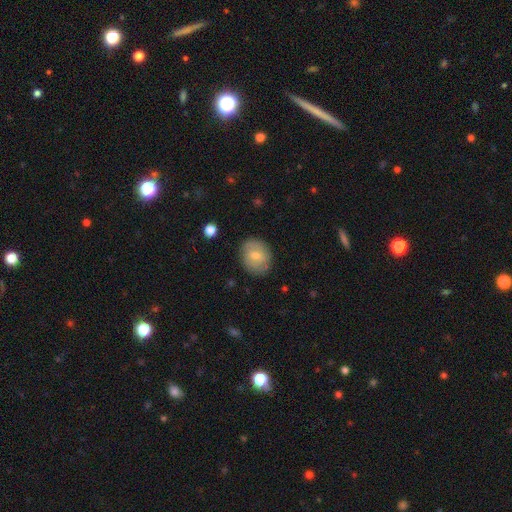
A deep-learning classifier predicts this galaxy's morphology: smooth 63%, featured or disk 29%, star or artifact 7%. Down the decision tree: how rounded — round (56%); merging — none (80%).